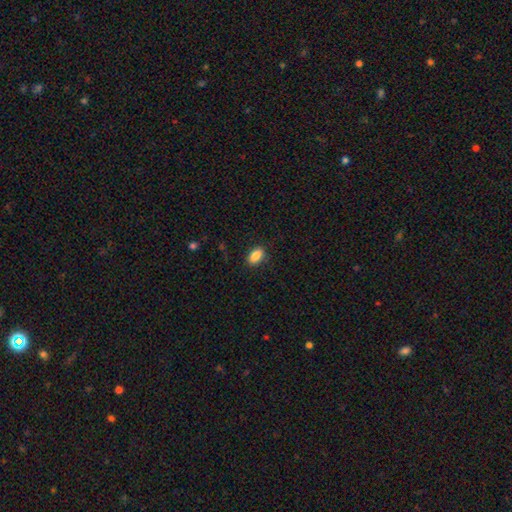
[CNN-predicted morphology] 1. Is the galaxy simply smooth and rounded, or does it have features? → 87% smooth, 8% star or artifact, 5% featured or disk.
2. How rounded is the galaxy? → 89% in between, 8% round, 3% cigar-shaped.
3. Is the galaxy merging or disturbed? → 88% none, 9% minor disturbance, 2% major disturbance, 1% merger.